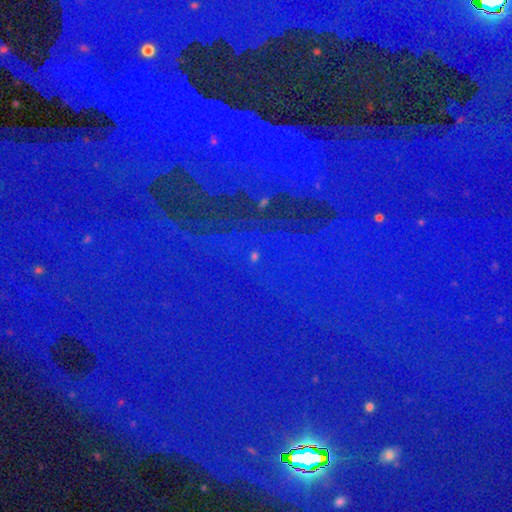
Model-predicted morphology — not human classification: type=star or artifact (85%).